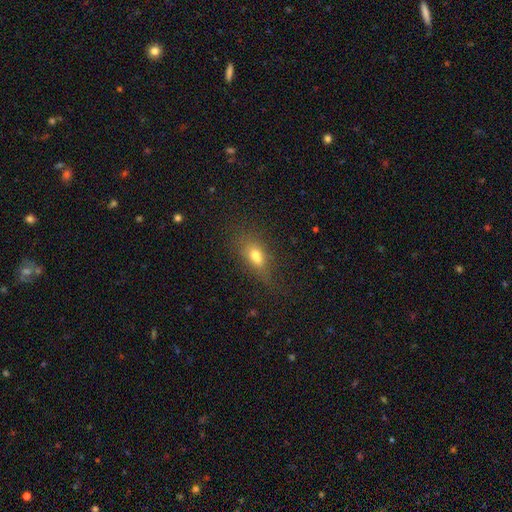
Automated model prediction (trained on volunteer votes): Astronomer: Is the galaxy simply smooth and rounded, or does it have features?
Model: smooth — 69%.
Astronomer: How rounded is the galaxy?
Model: in between — 74%.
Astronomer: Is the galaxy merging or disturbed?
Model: none — 54%.